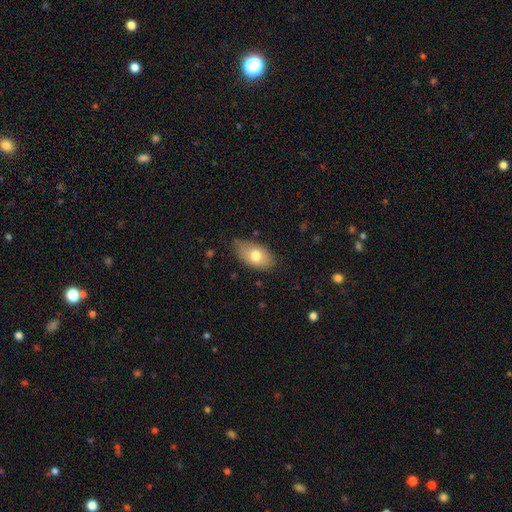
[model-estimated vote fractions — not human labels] Smooth or featured?
  - smooth: 75% *
  - featured or disk: 18%
  - star or artifact: 7%
How rounded?
  - in between: 91% *
  - round: 7%
  - cigar-shaped: 2%
Merging?
  - none: 76% *
  - minor disturbance: 19%
  - major disturbance: 3%
  - merger: 1%